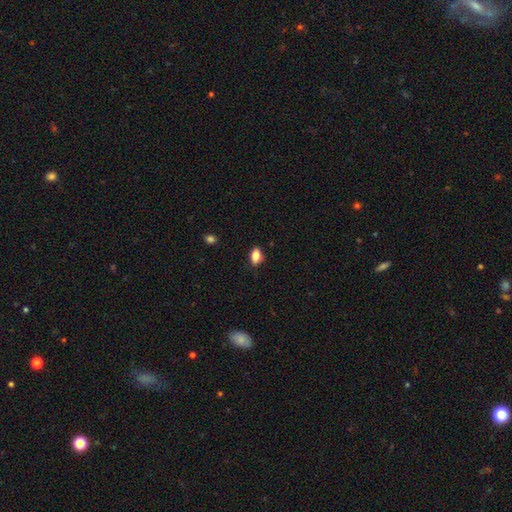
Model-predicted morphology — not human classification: A smooth galaxy with no disk features (81%) that is in between round and cigar-shaped (85%).

Vote fractions:
- Smooth or featured? smooth: 81% / featured or disk: 9% / star or artifact: 9%
- How rounded? in between: 85% / round: 10% / cigar-shaped: 4%
- Merging? none: 81% / minor disturbance: 15% / major disturbance: 3% / merger: 1%